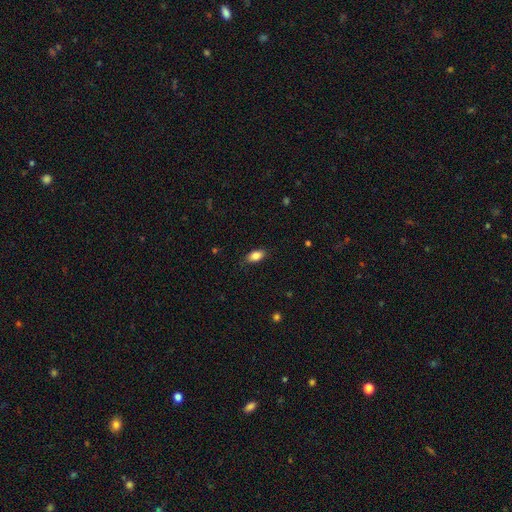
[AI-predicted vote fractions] Morphology: type=smooth (86%); roundness=in between (91%); merging=none (83%).